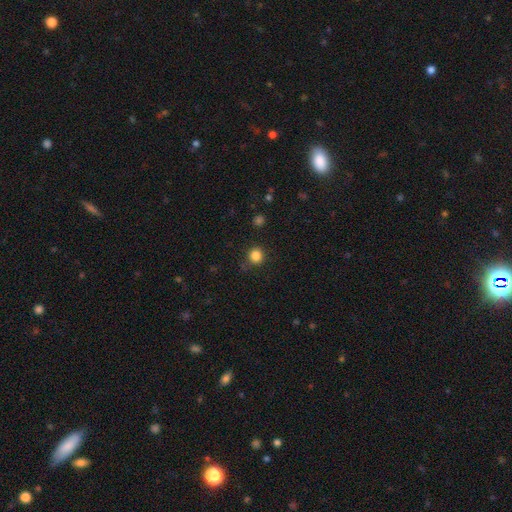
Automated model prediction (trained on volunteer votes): The model was most divided on "smooth or featured": smooth: 84%, star or artifact: 12%, featured or disk: 4%. More confident: how rounded — round (92%); merging — none (86%).